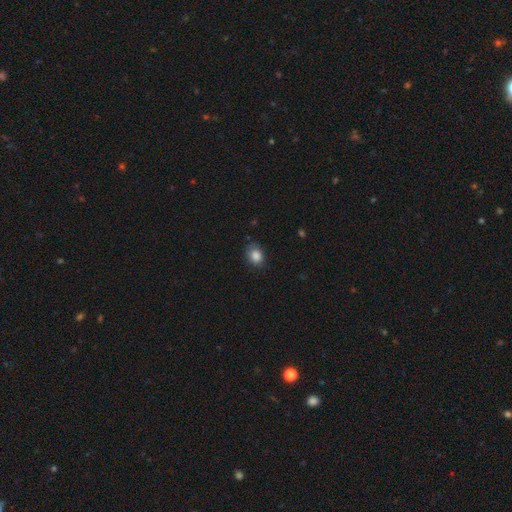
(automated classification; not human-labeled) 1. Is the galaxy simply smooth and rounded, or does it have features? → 85% smooth, 9% star or artifact, 5% featured or disk.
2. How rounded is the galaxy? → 52% in between, 47% round, 1% cigar-shaped.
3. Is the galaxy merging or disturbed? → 76% none, 20% minor disturbance, 4% major disturbance, 1% merger.